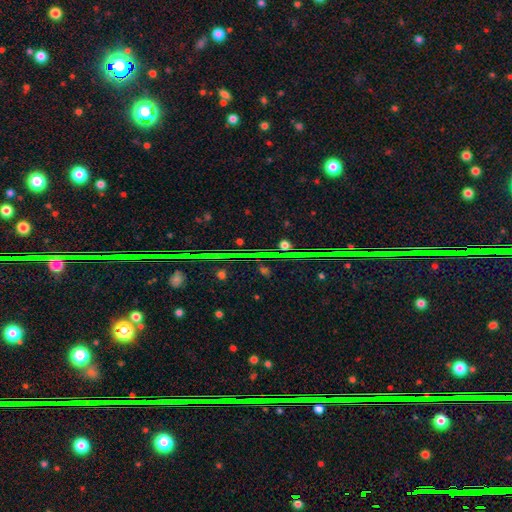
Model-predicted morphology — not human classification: A star or artifact, not a galaxy (80%).